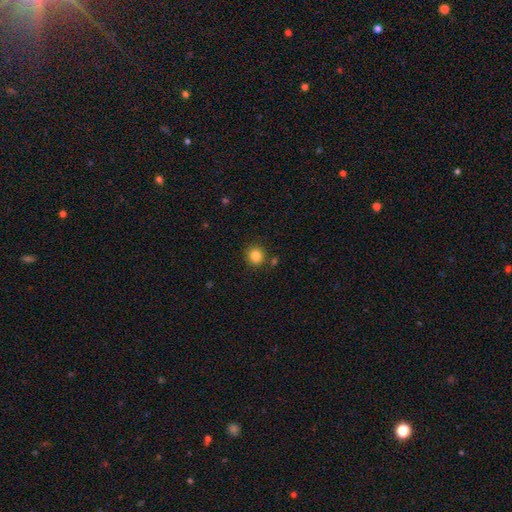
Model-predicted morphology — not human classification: Smooth or featured?
  - smooth: 84% *
  - star or artifact: 11%
  - featured or disk: 5%
How rounded?
  - round: 88% *
  - in between: 11%
  - cigar-shaped: 1%
Merging?
  - none: 86% *
  - minor disturbance: 7%
  - merger: 4%
  - major disturbance: 2%